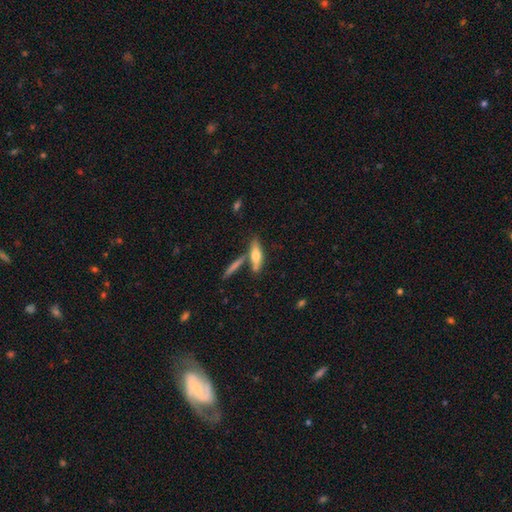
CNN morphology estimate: A smooth galaxy with no disk features (59%) that is cigar-shaped (63%).

Vote fractions:
- Smooth or featured? smooth: 59% / featured or disk: 34% / star or artifact: 7%
- How rounded? cigar-shaped: 63% / in between: 34% / round: 3%
- Merging? none: 61% / merger: 22% / minor disturbance: 13% / major disturbance: 4%